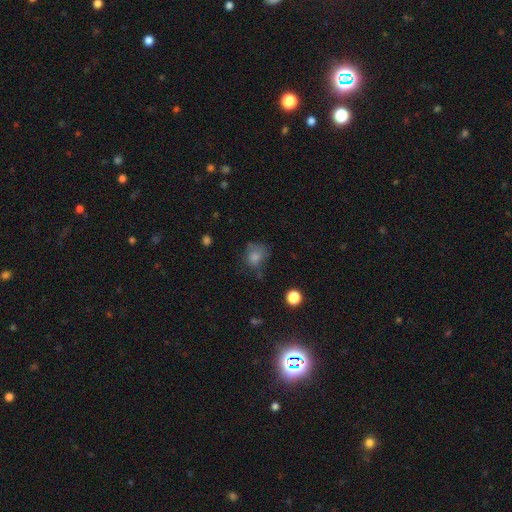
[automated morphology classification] Smooth or featured? Predicted: smooth (p=0.64). How rounded? Predicted: round (p=0.70). Merging? Predicted: none (p=0.55).